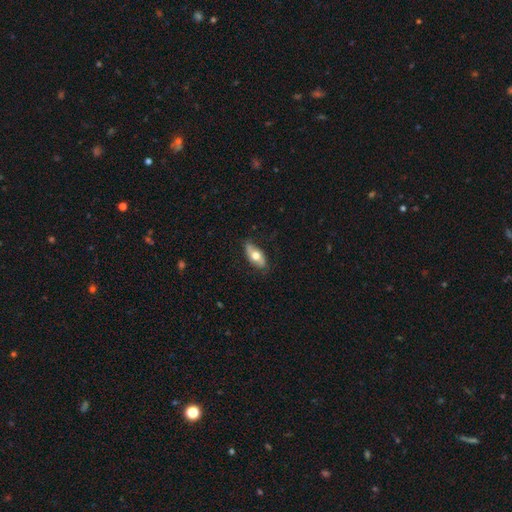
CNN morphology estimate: Overall: smooth (61%; featured or disk 33%). How rounded: in between (84%). Merging: none (80%).